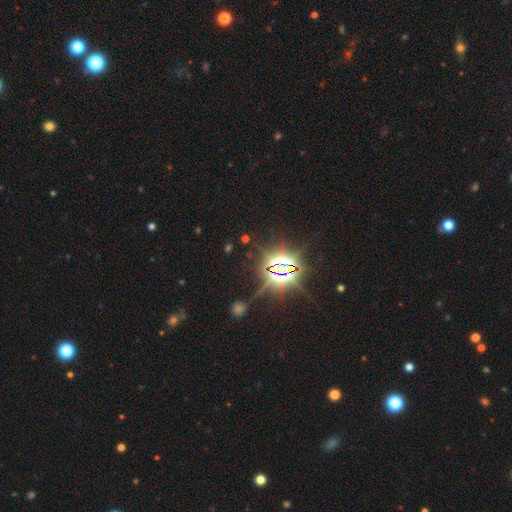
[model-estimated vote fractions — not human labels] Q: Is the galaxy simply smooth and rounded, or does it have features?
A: star or artifact — 83%.